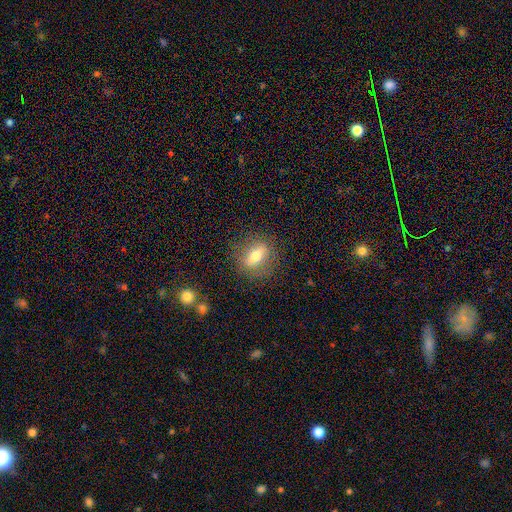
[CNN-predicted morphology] Smooth or featured?
  - smooth: 55% *
  - featured or disk: 36%
  - star or artifact: 9%
How rounded?
  - in between: 57% *
  - round: 30%
  - cigar-shaped: 13%
Merging?
  - none: 84% *
  - minor disturbance: 11%
  - major disturbance: 4%
  - merger: 1%